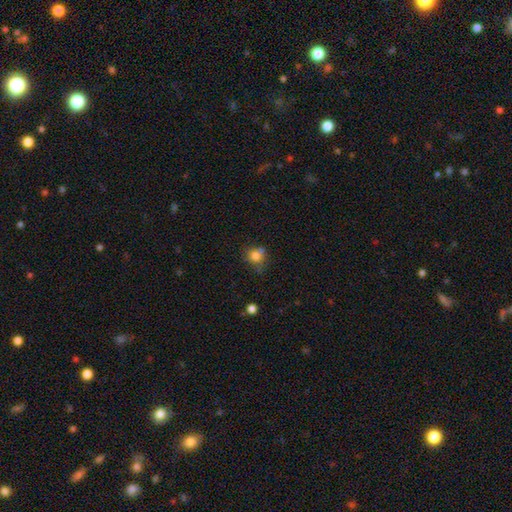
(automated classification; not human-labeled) Overall: smooth (77%). How rounded: round (75%). Merging: none (49%; minor disturbance 23%).